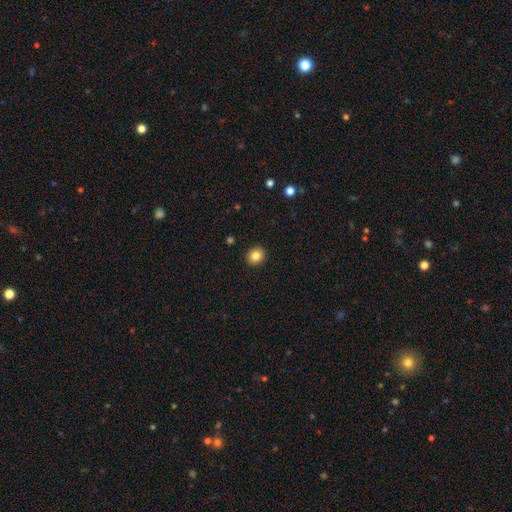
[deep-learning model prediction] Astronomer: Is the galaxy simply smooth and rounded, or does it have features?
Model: smooth — 83%.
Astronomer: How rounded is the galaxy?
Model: round — 82%.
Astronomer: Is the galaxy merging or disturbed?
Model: none — 92%.